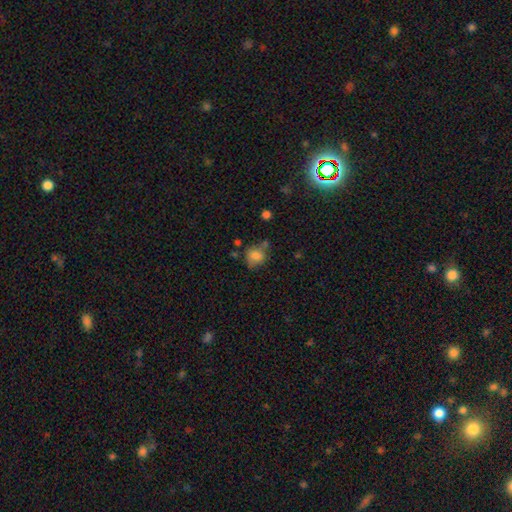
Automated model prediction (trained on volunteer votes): The model was most divided on "how rounded": round: 62%, in between: 37%, cigar-shaped: 1%. More confident: smooth or featured — smooth (77%); merging — none (52%).